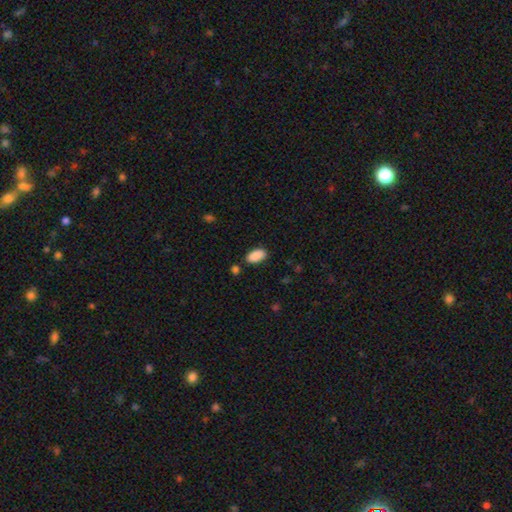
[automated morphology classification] smooth-or-featured: smooth: 90% | star or artifact: 7% | featured or disk: 3%
  how-rounded: in between: 94% | cigar-shaped: 3% | round: 3%
  merging: none: 82% | minor disturbance: 11% | merger: 4% | major disturbance: 3%